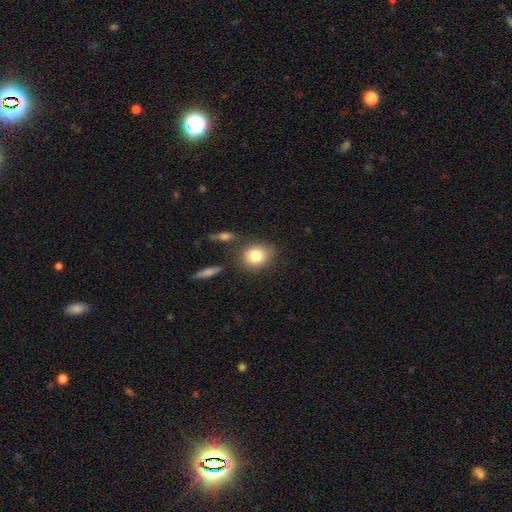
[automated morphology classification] This appears to be a smooth galaxy with no disk features (82%) that is round (54%). Merging: none (72%).